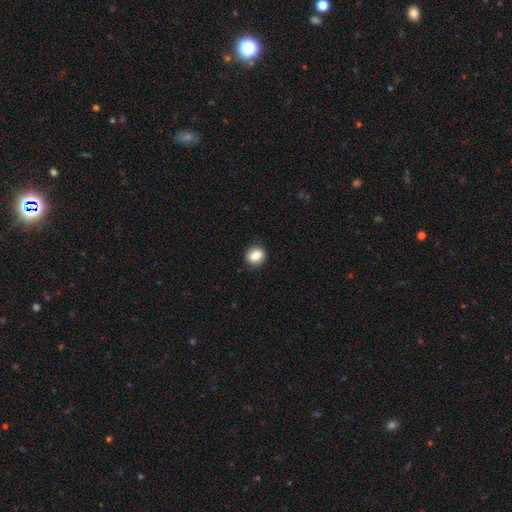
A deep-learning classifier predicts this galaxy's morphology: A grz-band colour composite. It shows a smooth galaxy with no disk features (84%) that is round (63%). Merging: none (87%).